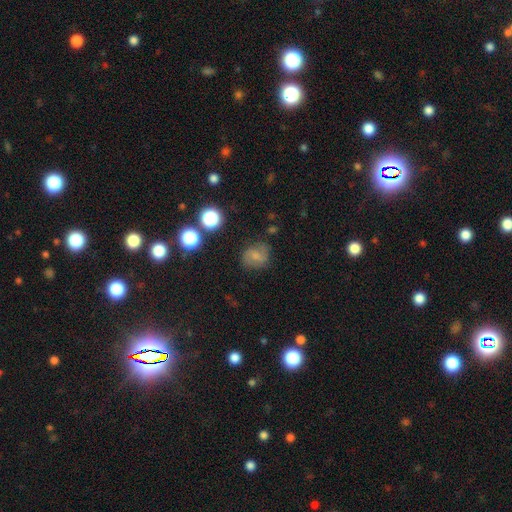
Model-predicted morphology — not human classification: Smooth or featured?
  - smooth: 54% *
  - featured or disk: 32%
  - star or artifact: 15%
How rounded?
  - round: 71% *
  - in between: 28%
  - cigar-shaped: 1%
Merging?
  - none: 74% *
  - minor disturbance: 18%
  - major disturbance: 6%
  - merger: 2%